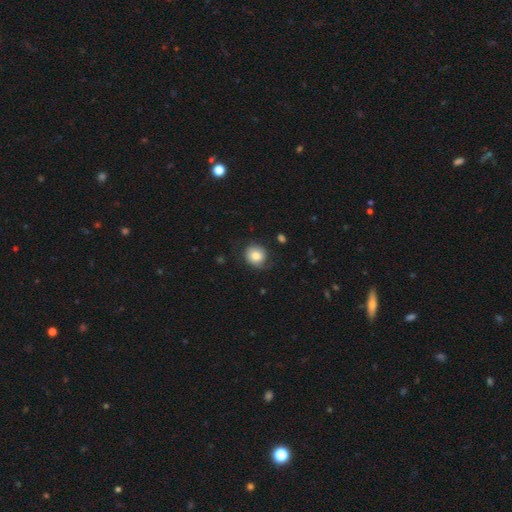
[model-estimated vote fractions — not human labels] The model was most divided on "merging": none: 64%, minor disturbance: 24%, major disturbance: 11%, merger: 1%. More confident: how rounded — round (81%); smooth or featured — smooth (75%).